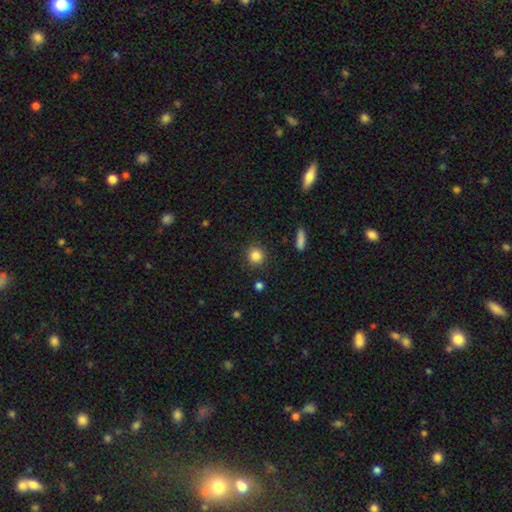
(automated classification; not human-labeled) Q: Smooth or featured?
A: smooth (85%); runner-up: star or artifact (10%)
Q: How rounded?
A: round (91%); runner-up: in between (8%)
Q: Merging?
A: none (90%); runner-up: minor disturbance (6%)